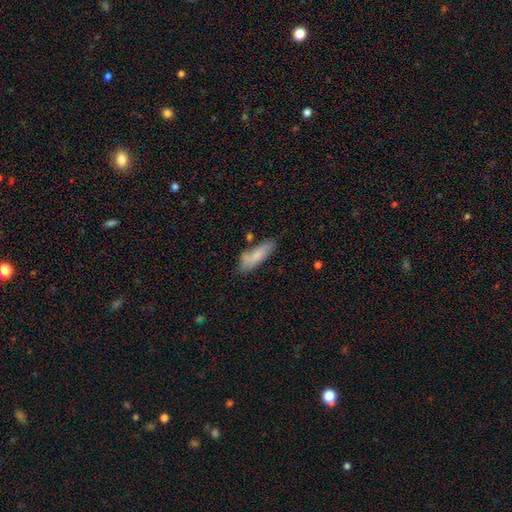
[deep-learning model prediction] Morphology: type=smooth (76%); roundness=in between (52%); merging=none (62%).